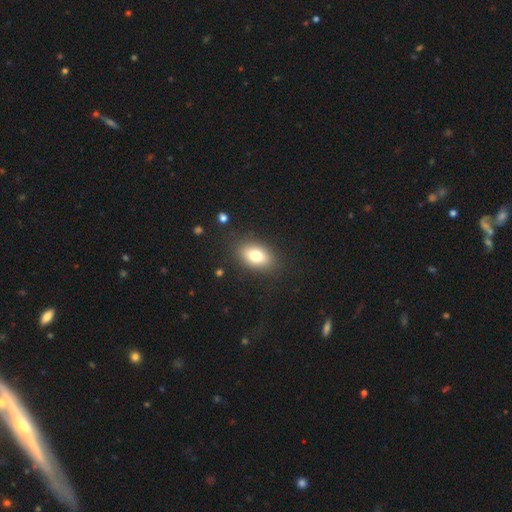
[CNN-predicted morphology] smooth_or_featured: smooth (p=0.77) [alt: featured or disk p=0.13]
how_rounded: in between (p=0.85) [alt: round p=0.13]
merging: none (p=0.85) [alt: minor disturbance p=0.10]